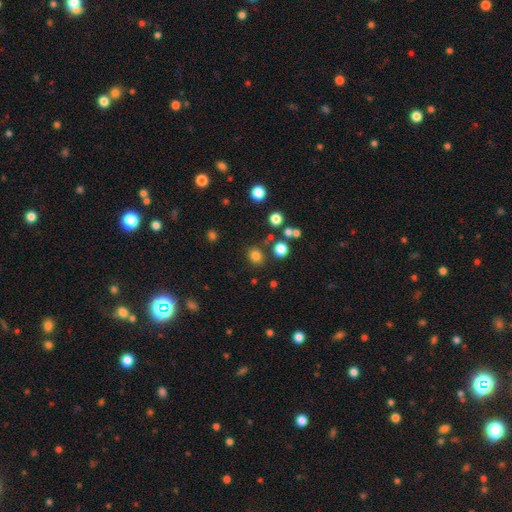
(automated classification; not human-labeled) Smooth or featured: smooth — 79% (star or artifact — 16%)
How rounded: round — 80% (in between — 19%)
Merging: none — 82% (minor disturbance — 9%)